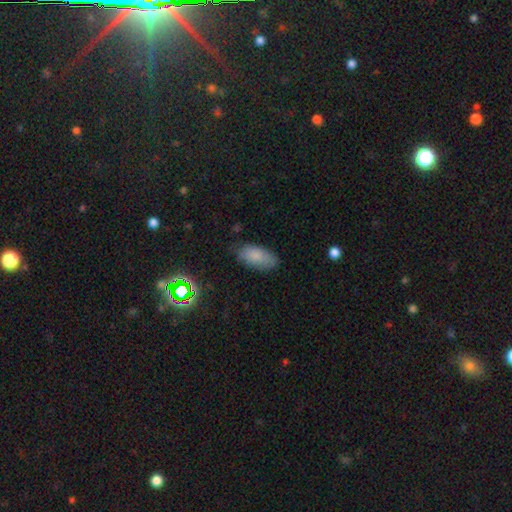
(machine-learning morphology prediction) smooth 80%, star or artifact 10%, featured or disk 10%. Down the decision tree: how rounded — in between (92%); merging — none (75%).